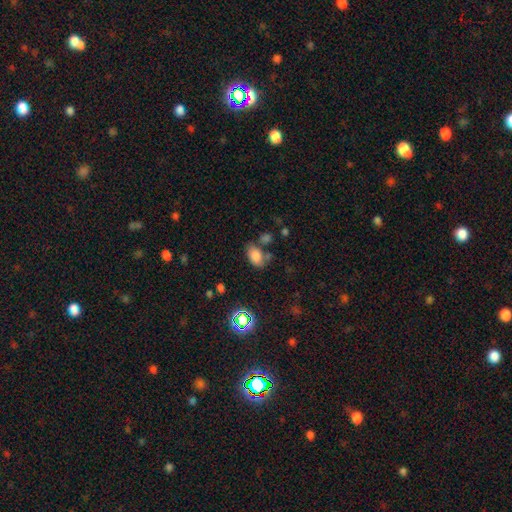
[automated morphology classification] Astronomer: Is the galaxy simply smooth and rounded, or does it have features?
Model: smooth — 79%.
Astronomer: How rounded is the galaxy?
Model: in between — 87%.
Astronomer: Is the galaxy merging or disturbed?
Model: none — 54%.